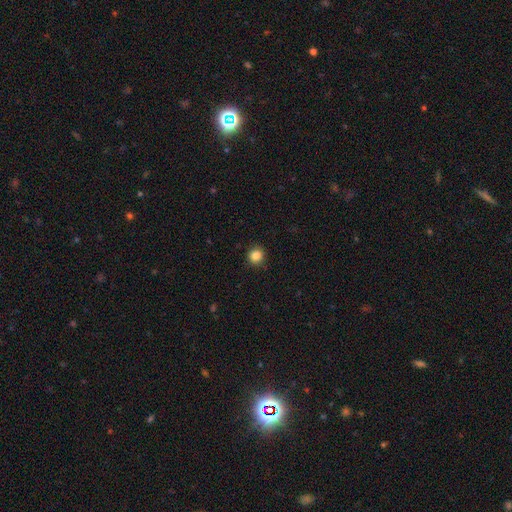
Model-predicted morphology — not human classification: Smooth or featured? Predicted: smooth (p=0.85). How rounded? Predicted: round (p=0.91). Merging? Predicted: none (p=0.90).